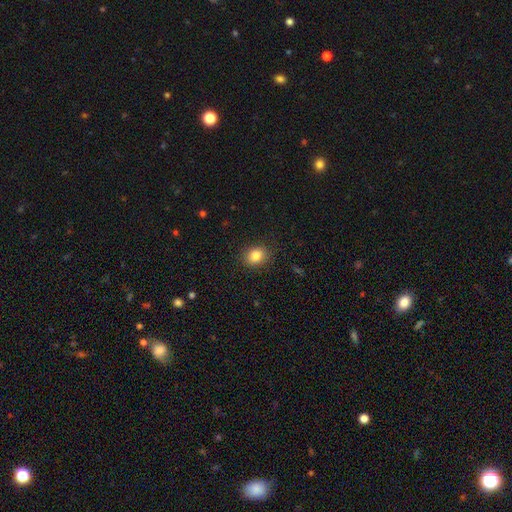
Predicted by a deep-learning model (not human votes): This appears to be a smooth galaxy with no disk features (83%) that is round (52%). Merging: none (88%).